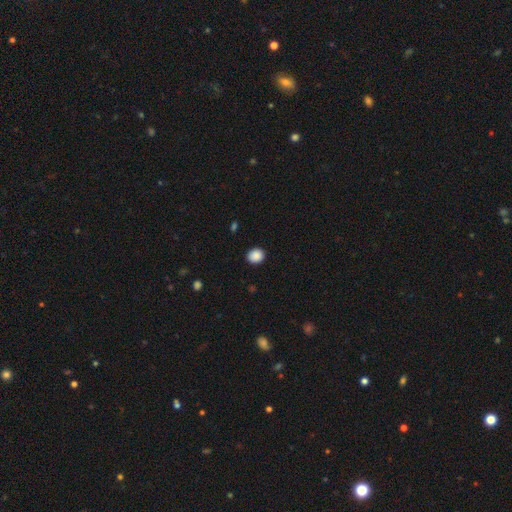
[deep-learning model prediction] smooth_or_featured: smooth (p=0.89) [alt: star or artifact p=0.08]
how_rounded: round (p=0.71) [alt: in between p=0.28]
merging: none (p=0.90) [alt: minor disturbance p=0.07]